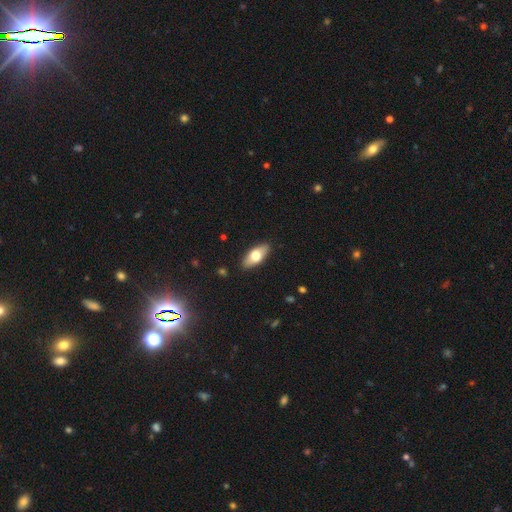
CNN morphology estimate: Smooth or featured?
  - smooth: 67% *
  - featured or disk: 27%
  - star or artifact: 6%
How rounded?
  - in between: 83% *
  - cigar-shaped: 14%
  - round: 3%
Merging?
  - none: 89% *
  - minor disturbance: 9%
  - major disturbance: 2%
  - merger: 1%